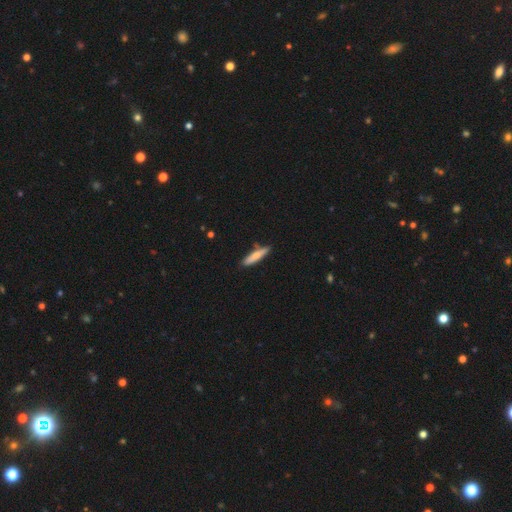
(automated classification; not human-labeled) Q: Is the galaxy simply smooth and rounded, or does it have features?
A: smooth — 71%.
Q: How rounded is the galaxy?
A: cigar-shaped — 83%.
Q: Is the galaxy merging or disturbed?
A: none — 79%.